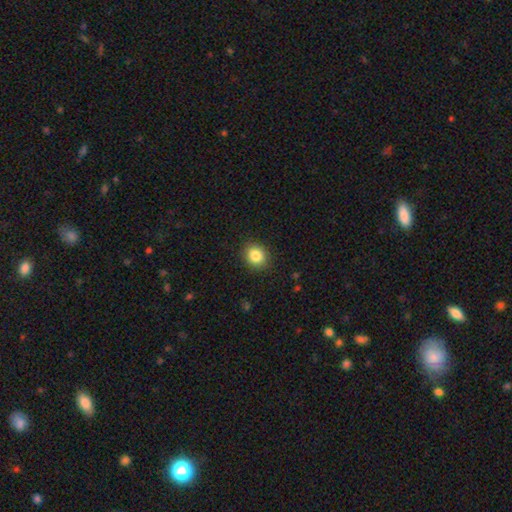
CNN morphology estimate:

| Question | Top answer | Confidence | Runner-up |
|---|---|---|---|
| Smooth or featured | smooth | 84% | star or artifact (10%) |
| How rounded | round | 72% | in between (27%) |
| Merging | none | 89% | minor disturbance (8%) |